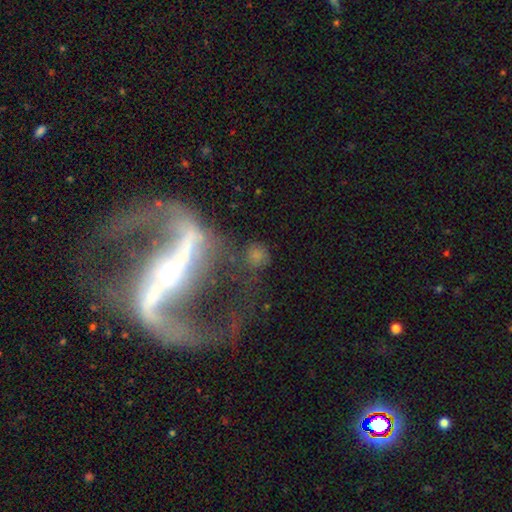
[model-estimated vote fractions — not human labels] Smooth or featured: smooth — 57% (star or artifact — 26%)
How rounded: round — 84% (in between — 14%)
Merging: none — 68% (minor disturbance — 15%)